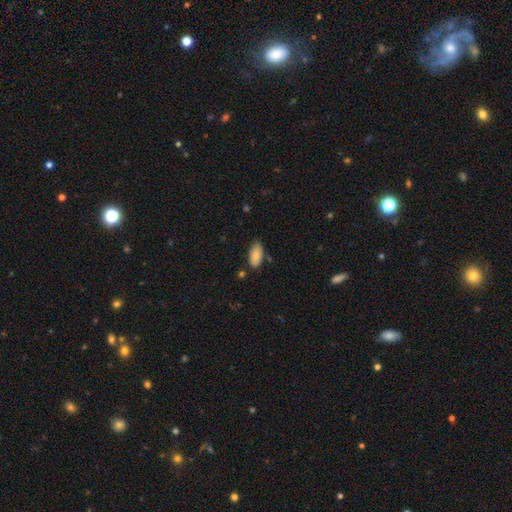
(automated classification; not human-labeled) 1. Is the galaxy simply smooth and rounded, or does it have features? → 85% smooth, 9% featured or disk, 7% star or artifact.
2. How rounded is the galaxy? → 90% in between, 8% cigar-shaped, 2% round.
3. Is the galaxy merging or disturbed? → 79% none, 15% minor disturbance, 4% merger, 3% major disturbance.